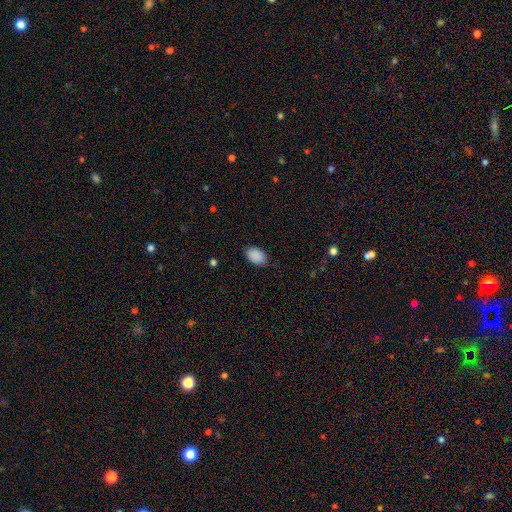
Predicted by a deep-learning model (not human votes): A smooth galaxy with no disk features (90%) that is in between round and cigar-shaped (86%). Merging: none (81%).